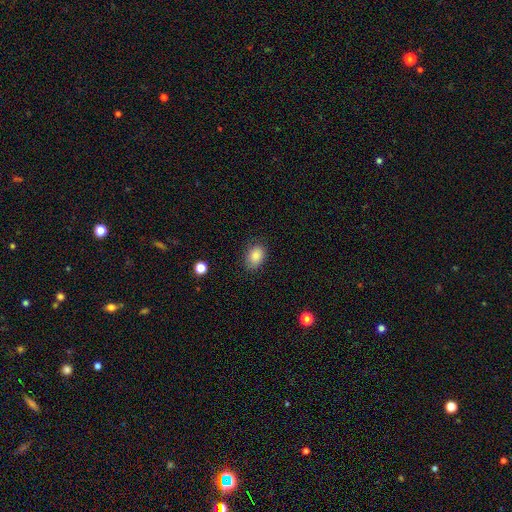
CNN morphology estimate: Overall: smooth (84%). How rounded: in between (73%). Merging: none (80%).